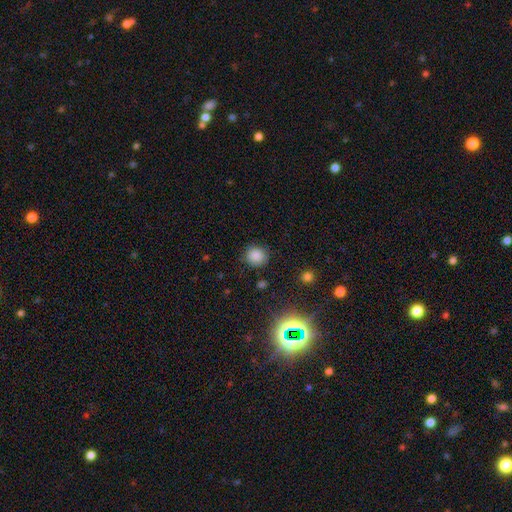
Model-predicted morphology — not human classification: The model was most divided on "how rounded": round: 83%, in between: 16%, cigar-shaped: 1%. More confident: merging — none (85%); smooth or featured — smooth (83%).